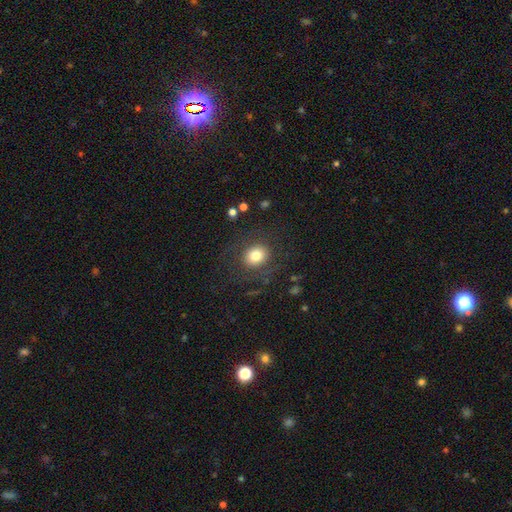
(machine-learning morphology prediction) Overall: smooth (74%). How rounded: round (71%). Merging: none (78%).